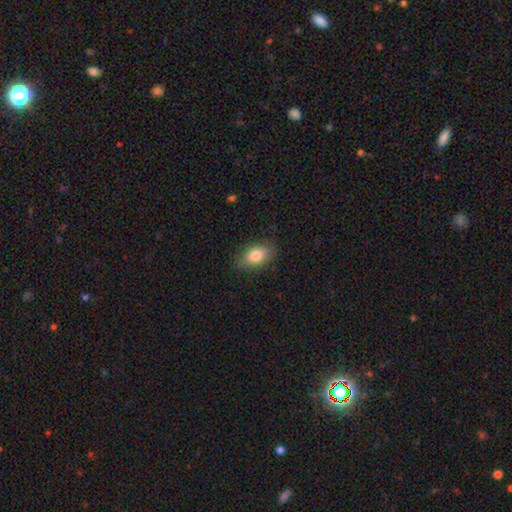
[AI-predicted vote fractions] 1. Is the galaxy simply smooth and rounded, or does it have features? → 81% smooth, 11% featured or disk, 7% star or artifact.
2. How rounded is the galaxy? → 89% in between, 7% round, 4% cigar-shaped.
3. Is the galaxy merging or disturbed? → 85% none, 11% minor disturbance, 3% major disturbance, 1% merger.